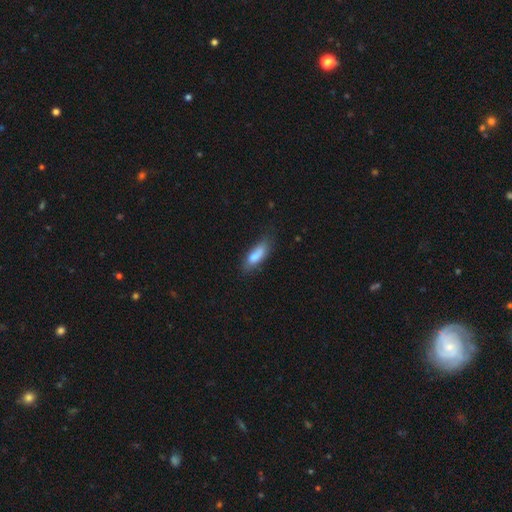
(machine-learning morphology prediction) smooth-or-featured: smooth: 80% | featured or disk: 12% | star or artifact: 7%
  how-rounded: in between: 60% | cigar-shaped: 37% | round: 2%
  merging: none: 58% | minor disturbance: 30% | major disturbance: 9% | merger: 3%